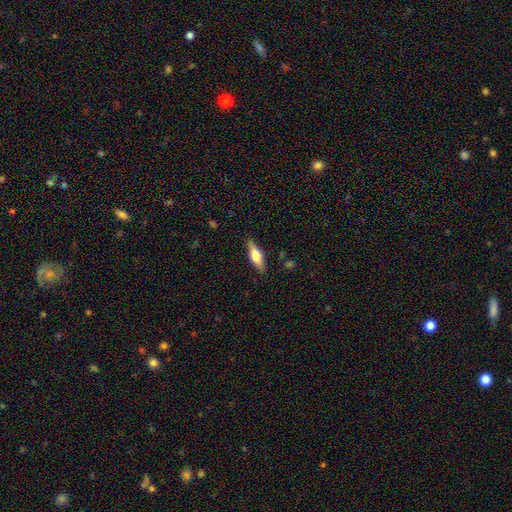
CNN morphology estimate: type=smooth (57%); roundness=in between (55%); merging=none (85%).